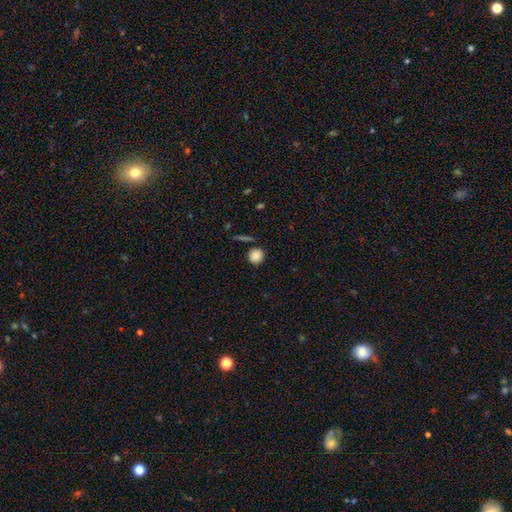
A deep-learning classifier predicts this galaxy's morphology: A smooth galaxy with no disk features (86%) that is round (88%).

Vote fractions:
- Smooth or featured? smooth: 86% / star or artifact: 10% / featured or disk: 5%
- How rounded? round: 88% / in between: 10% / cigar-shaped: 1%
- Merging? none: 83% / minor disturbance: 10% / merger: 4% / major disturbance: 3%